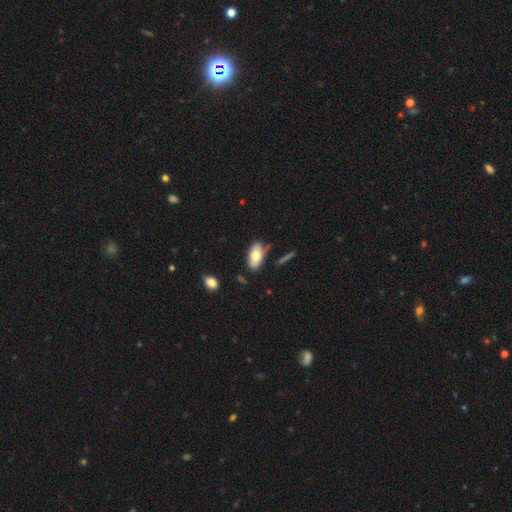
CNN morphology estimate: This is likely a smooth galaxy (72%). How rounded: clearly in between (92%). Merging: likely none (76%).